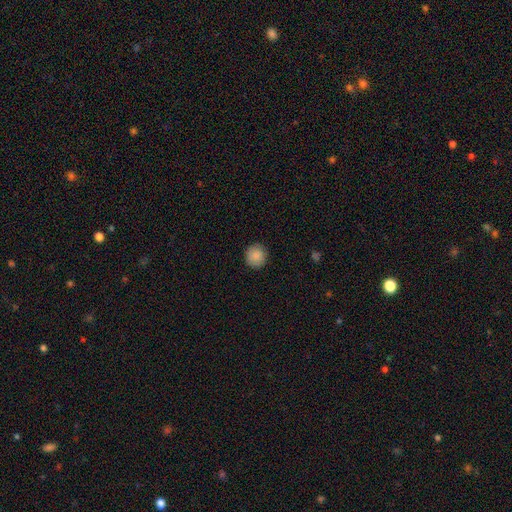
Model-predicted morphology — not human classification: Smooth or featured? Predicted: smooth (p=0.88). How rounded? Predicted: round (p=0.91). Merging? Predicted: none (p=0.90).